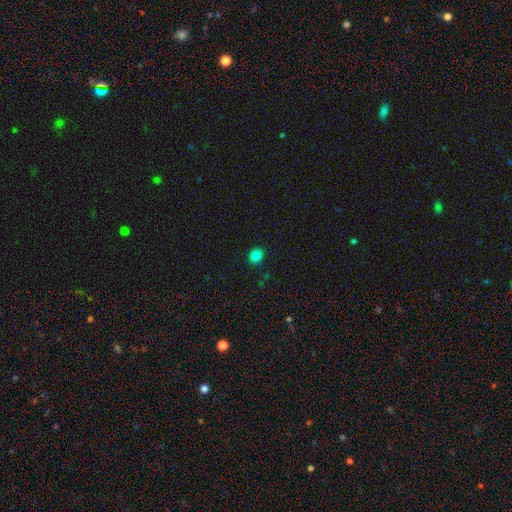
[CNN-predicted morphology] Overall: smooth (84%). How rounded: round (60%; in between 39%). Merging: none (89%).